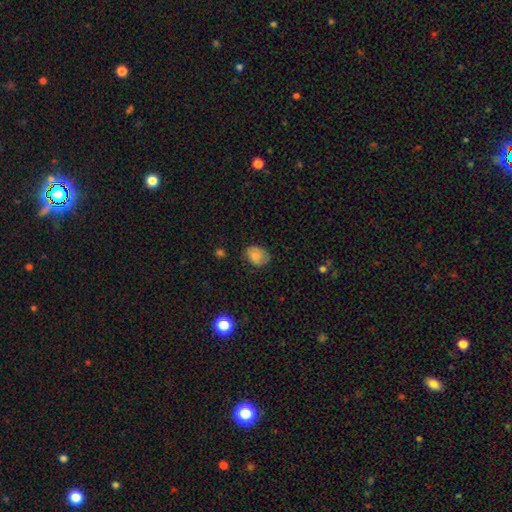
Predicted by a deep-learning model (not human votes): Smooth or featured? Predicted: smooth (p=0.81). How rounded? Predicted: in between (p=0.61). Merging? Predicted: none (p=0.72).